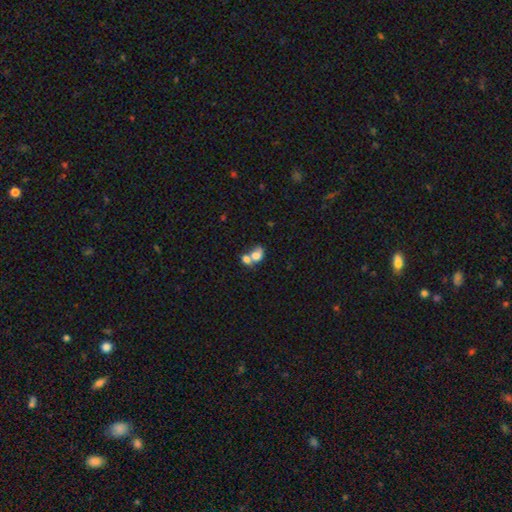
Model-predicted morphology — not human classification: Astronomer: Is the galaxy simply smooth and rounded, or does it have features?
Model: smooth — 67%.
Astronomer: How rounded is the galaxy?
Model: in between — 58% (runner-up: round, 40%).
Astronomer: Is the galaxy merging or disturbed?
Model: merger — 70%.